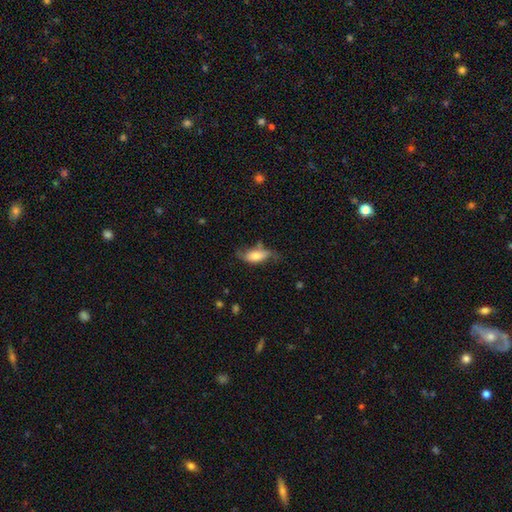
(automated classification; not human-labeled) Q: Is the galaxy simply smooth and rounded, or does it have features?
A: smooth — 64%.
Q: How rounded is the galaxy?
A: in between — 82%.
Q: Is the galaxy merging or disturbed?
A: none — 46%.